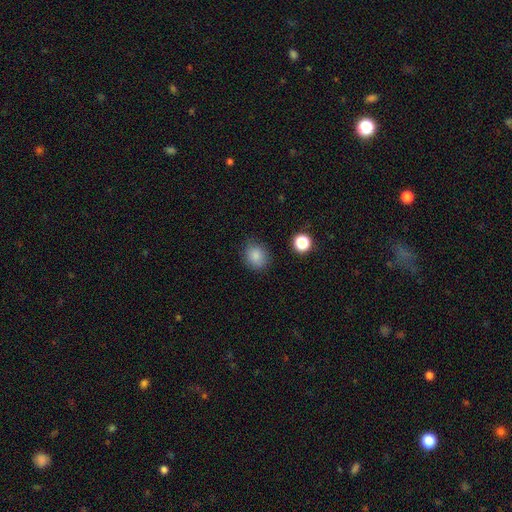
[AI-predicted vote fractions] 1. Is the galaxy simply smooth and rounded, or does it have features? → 85% smooth, 11% star or artifact, 5% featured or disk.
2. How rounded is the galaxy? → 65% round, 34% in between, 1% cigar-shaped.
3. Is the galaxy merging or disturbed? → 80% none, 14% minor disturbance, 4% major disturbance, 2% merger.